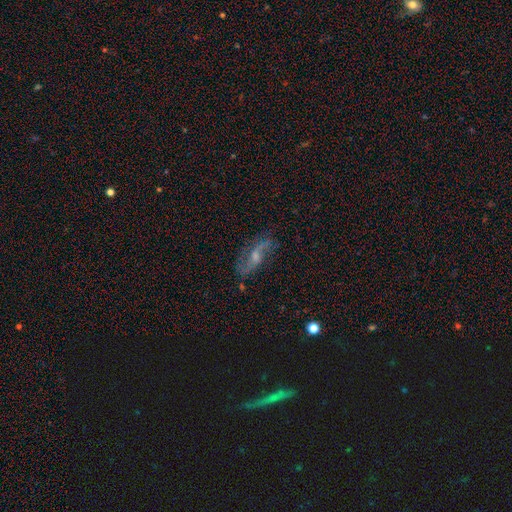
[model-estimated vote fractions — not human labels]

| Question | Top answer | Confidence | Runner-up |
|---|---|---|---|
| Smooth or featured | featured or disk | 74% | smooth (17%) |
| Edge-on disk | no | 89% | yes (11%) |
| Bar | no | 45% | weak (43%) |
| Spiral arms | yes | 89% | no (11%) |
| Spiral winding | loose | 69% | medium (23%) |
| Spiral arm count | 2 | 87% | can't tell (6%) |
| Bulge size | small | 44% | moderate (43%) |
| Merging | none | 70% | minor disturbance (19%) |